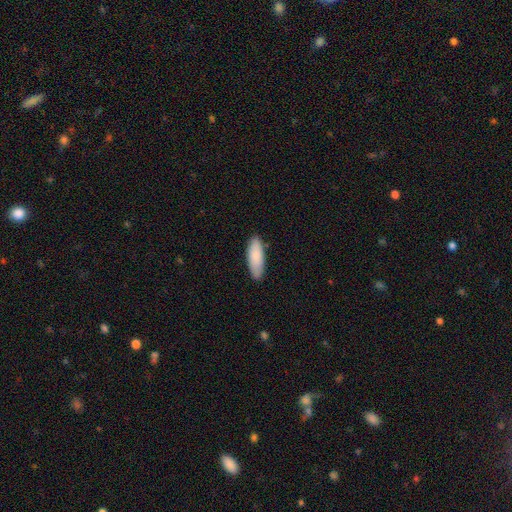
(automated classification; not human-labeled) Smooth or featured? Predicted: smooth (p=0.86). How rounded? Predicted: in between (p=0.68). Merging? Predicted: none (p=0.86).